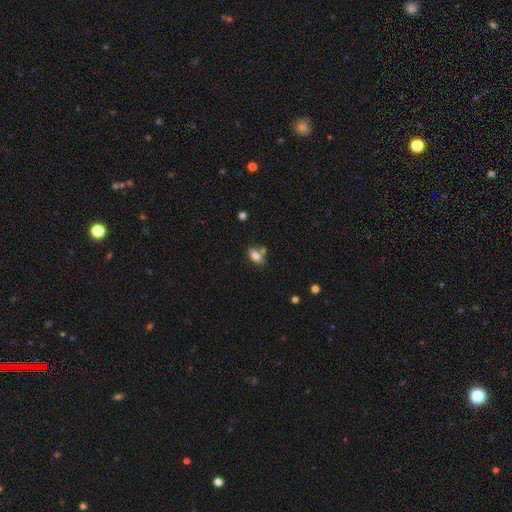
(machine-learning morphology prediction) smooth_or_featured: smooth (p=0.78) [alt: featured or disk p=0.13]
how_rounded: in between (p=0.87) [alt: round p=0.06]
merging: none (p=0.62) [alt: merger p=0.18]